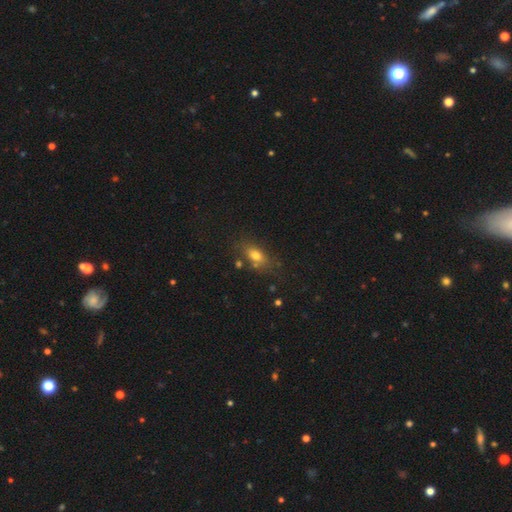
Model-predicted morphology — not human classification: Smooth or featured? smooth (74%)
How rounded? in between (78%)
Merging? none (68%)